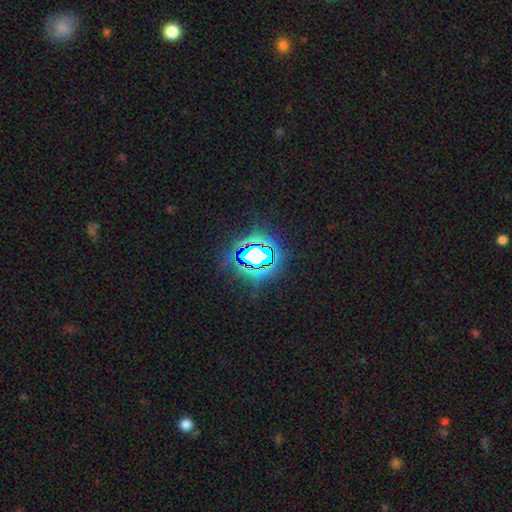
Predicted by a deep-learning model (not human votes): Morphology: type=star or artifact (73%).